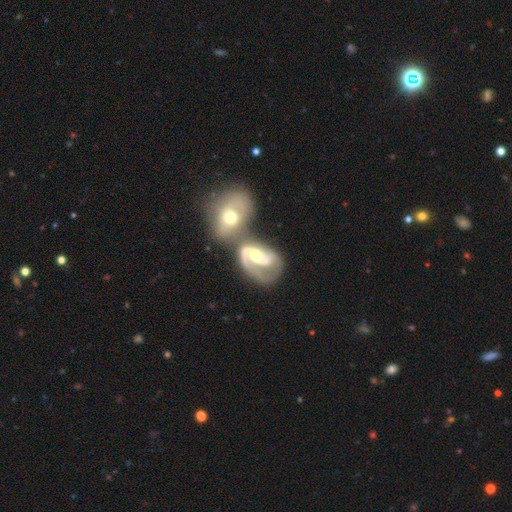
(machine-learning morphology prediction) A featured or disk galaxy (81%) with a weak bar (41%), 2 (59%) medium (46%) spiral arms (88%) and a moderate central bulge (65%).

Vote fractions:
- Smooth or featured? featured or disk: 81% / smooth: 13% / star or artifact: 6%
- Edge-on disk? no: 97% / yes: 3%
- Bar? weak: 41% / no: 37% / strong: 22%
- Spiral arms? yes: 88% / no: 12%
- Spiral winding? medium: 46% / tight: 36% / loose: 18%
- Spiral arm count? 2: 59% / 1: 26% / can't tell: 10% / 3: 2% / 4: 1% / more than 4: 1%
- Bulge size? moderate: 65% / small: 22% / large: 9% / none: 2% / dominant: 2%
- Merging? merger: 58% / none: 22% / major disturbance: 11% / minor disturbance: 10%